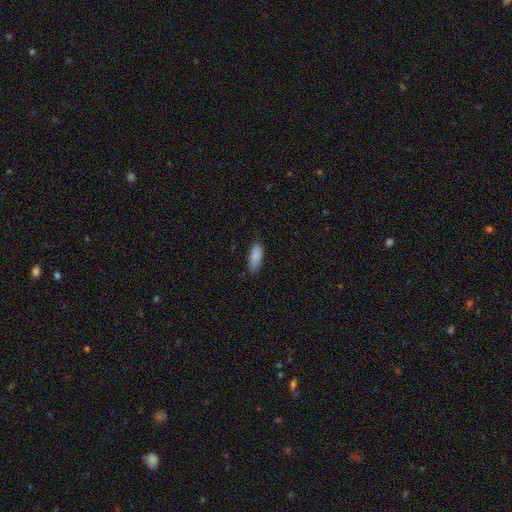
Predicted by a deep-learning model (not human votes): smooth 88%, star or artifact 6%, featured or disk 6%. Down the decision tree: how rounded — in between (77%); merging — none (79%).